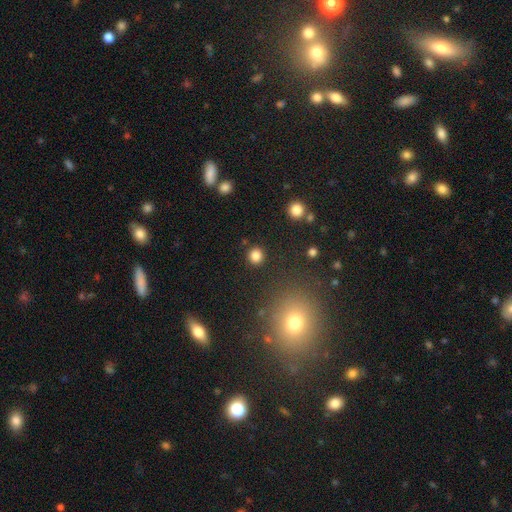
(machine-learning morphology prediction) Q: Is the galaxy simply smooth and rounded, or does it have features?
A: smooth — 84%.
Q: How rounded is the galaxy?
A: round — 91%.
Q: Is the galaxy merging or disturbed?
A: none — 91%.